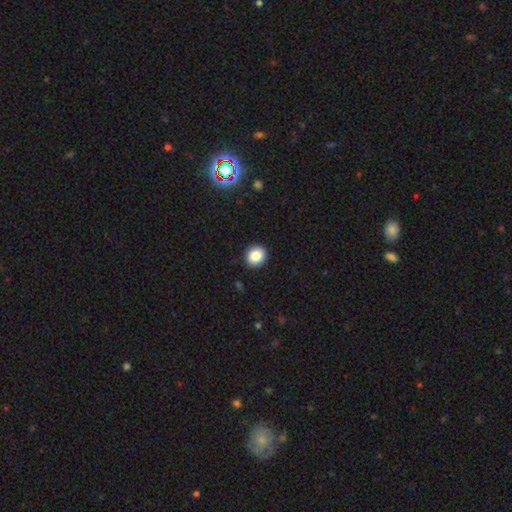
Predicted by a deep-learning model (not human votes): smooth 85%, star or artifact 9%, featured or disk 5%. Down the decision tree: how rounded — round (76%); merging — none (91%).